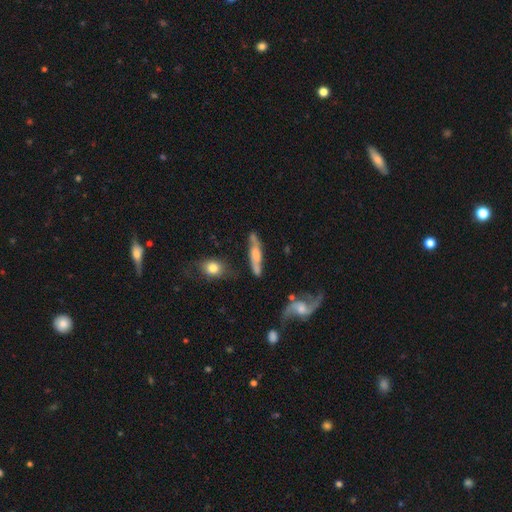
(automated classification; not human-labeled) Smooth or featured?
  - featured or disk: 57% *
  - smooth: 36%
  - star or artifact: 7%
Edge-on disk?
  - yes: 61% *
  - no: 39%
Merging?
  - none: 64% *
  - minor disturbance: 21%
  - merger: 8%
  - major disturbance: 7%